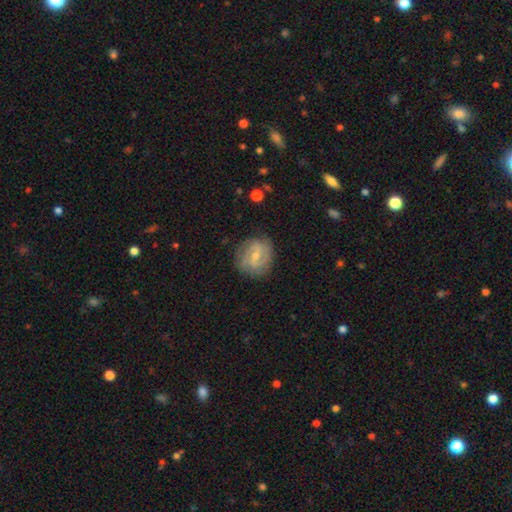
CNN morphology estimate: Smooth or featured? Predicted: featured or disk (p=0.68). Edge-on disk? Predicted: no (p=0.97). Bar? Predicted: weak (p=0.55). Spiral arms? Predicted: yes (p=0.83). Spiral winding? Predicted: tight (p=0.48). Spiral arm count? Predicted: 2 (p=0.56). Bulge size? Predicted: small (p=0.51). Merging? Predicted: none (p=0.79).